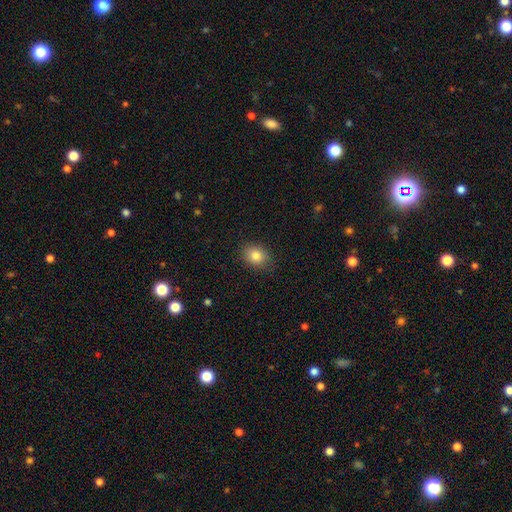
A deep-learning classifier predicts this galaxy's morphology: Smooth or featured? smooth (83%)
How rounded? in between (53%)
Merging? none (85%)